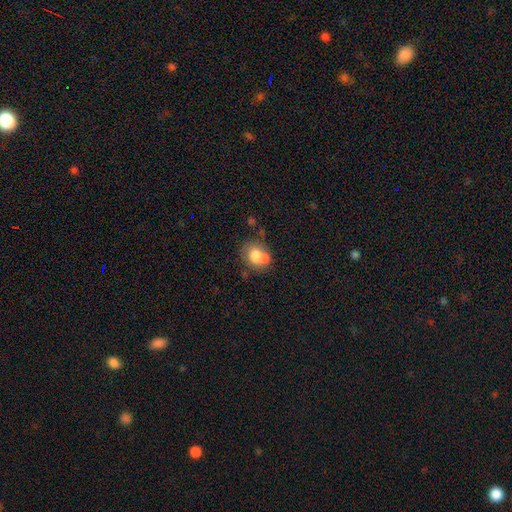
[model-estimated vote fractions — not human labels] The model was most divided on "merging": none: 40%, merger: 37%, minor disturbance: 16%, major disturbance: 7%. More confident: smooth or featured — smooth (73%); how rounded — round (57%).